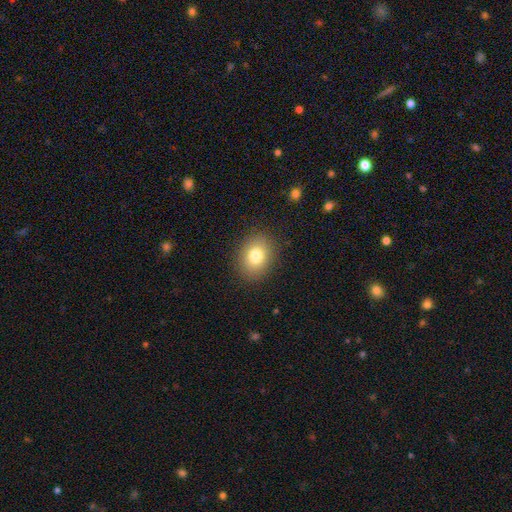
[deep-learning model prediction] Overall: smooth (81%). How rounded: in between (60%; round 39%). Merging: none (88%).